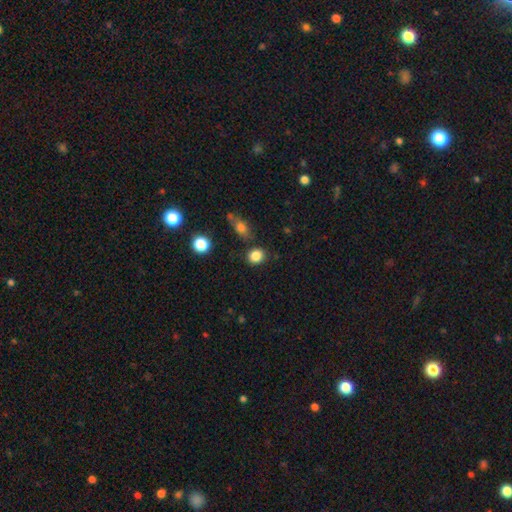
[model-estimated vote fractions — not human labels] Smooth or featured? smooth (85%)
How rounded? round (69%)
Merging? none (80%)